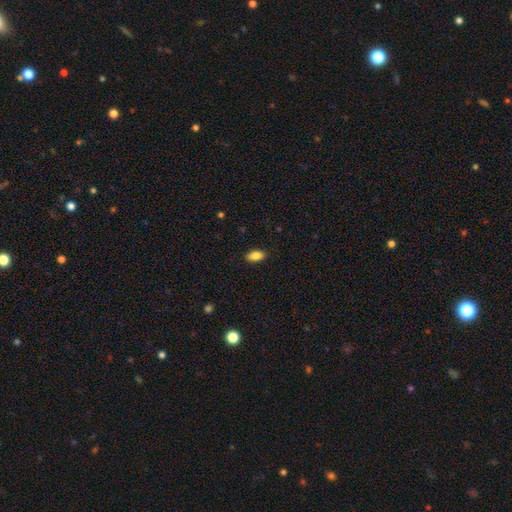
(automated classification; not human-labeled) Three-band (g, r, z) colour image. It shows a smooth galaxy with no disk features (85%) that is in between round and cigar-shaped (89%). Merging: none (88%).